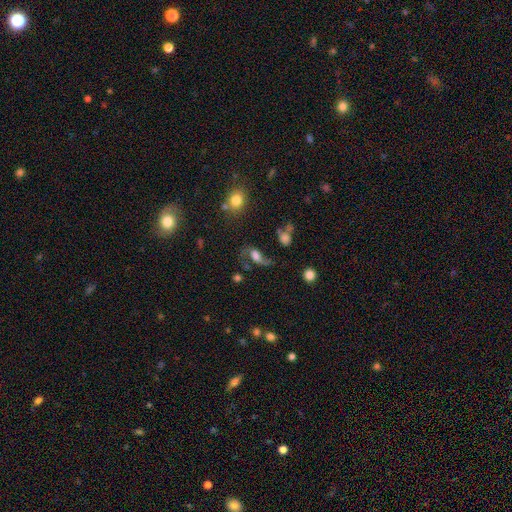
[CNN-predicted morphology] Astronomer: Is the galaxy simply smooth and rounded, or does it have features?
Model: featured or disk — 66%.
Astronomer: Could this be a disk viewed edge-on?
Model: no — 94%.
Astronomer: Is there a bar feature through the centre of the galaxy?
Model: no — 50% (runner-up: weak, 37%).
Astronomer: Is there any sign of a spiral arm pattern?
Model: yes — 89%.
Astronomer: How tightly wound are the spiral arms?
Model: loose — 83%.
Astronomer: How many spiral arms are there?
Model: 2 — 87%.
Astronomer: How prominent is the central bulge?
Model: large — 36% (runner-up: moderate, 34%).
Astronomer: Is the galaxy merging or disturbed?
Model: none — 51%.